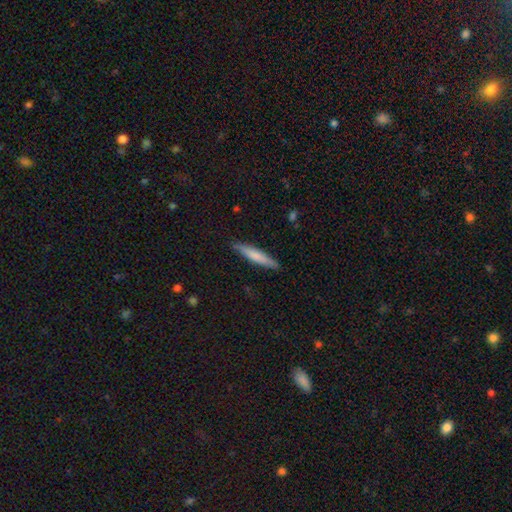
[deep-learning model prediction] The model was most divided on "smooth or featured": smooth: 70%, featured or disk: 25%, star or artifact: 5%. More confident: how rounded — cigar-shaped (91%); merging — none (88%).